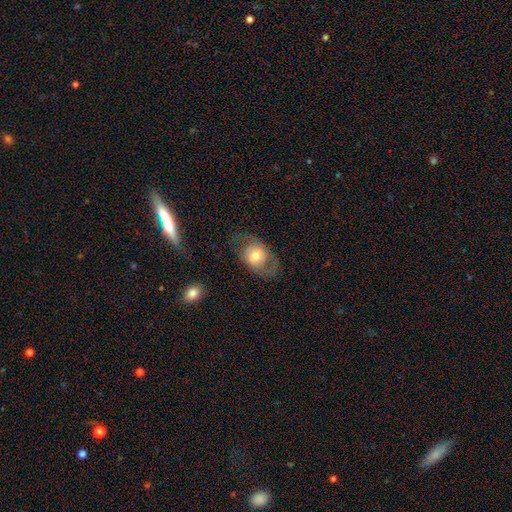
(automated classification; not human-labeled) Overall: smooth (51%; featured or disk 41%). How rounded: in between (61%; round 37%). Merging: none (64%).